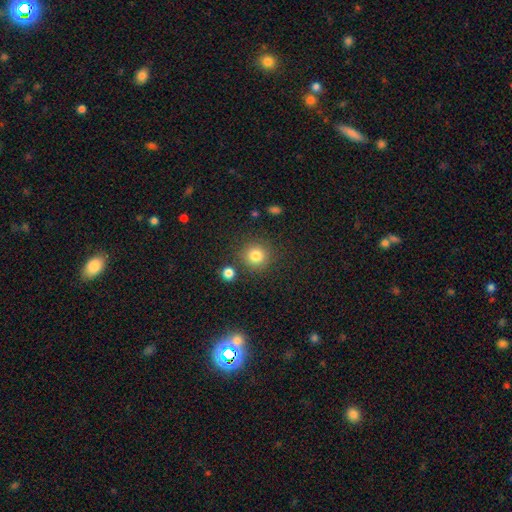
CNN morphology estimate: Smooth or featured: smooth — 82% (star or artifact — 12%)
How rounded: round — 93% (in between — 7%)
Merging: none — 84% (minor disturbance — 8%)